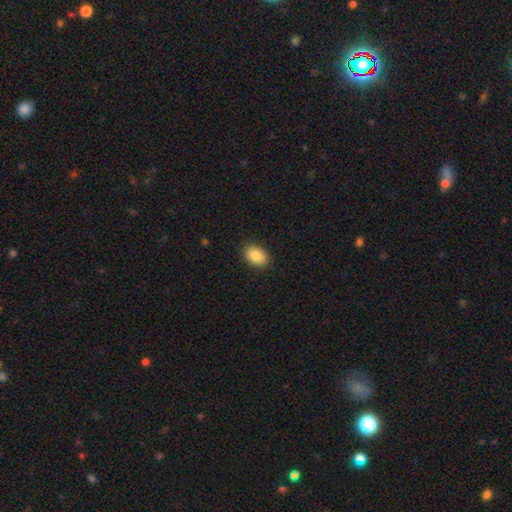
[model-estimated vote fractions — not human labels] Overall: smooth (88%). How rounded: in between (86%). Merging: none (89%).